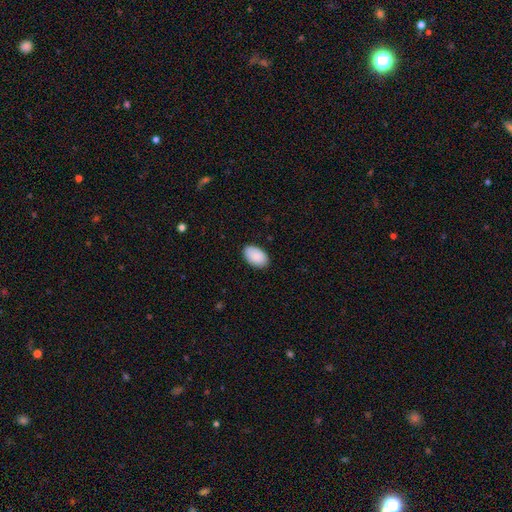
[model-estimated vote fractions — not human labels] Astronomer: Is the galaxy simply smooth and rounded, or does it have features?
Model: smooth — 91%.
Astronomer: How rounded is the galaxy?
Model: in between — 94%.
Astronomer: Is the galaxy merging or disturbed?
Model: none — 87%.